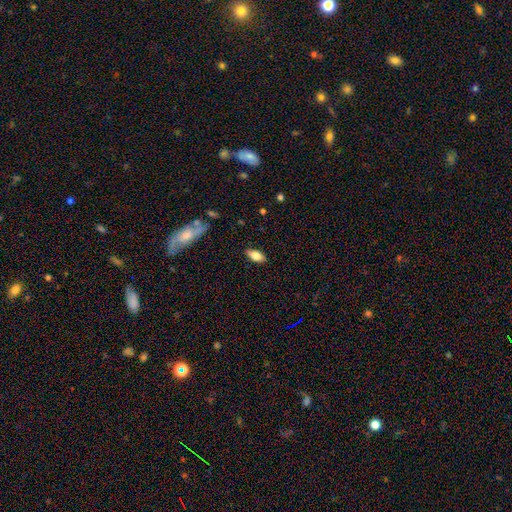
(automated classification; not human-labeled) A smooth galaxy with no disk features (75%) that is in between round and cigar-shaped (85%). Merging: none (86%).